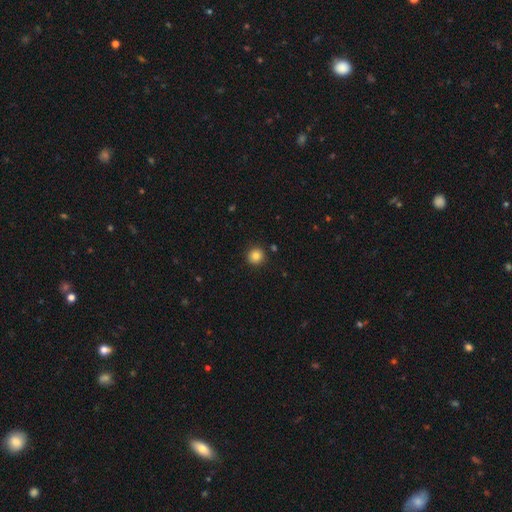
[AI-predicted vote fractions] This appears to be a smooth galaxy with no disk features (84%) that is round (93%). Merging: none (90%).